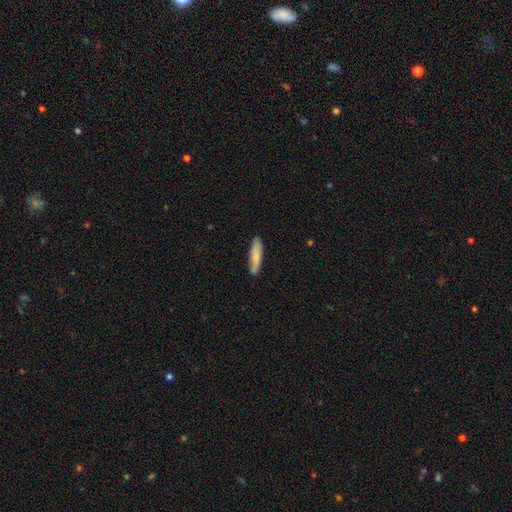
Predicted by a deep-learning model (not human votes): The model was most divided on "how rounded": cigar-shaped: 80%, in between: 19%, round: 1%. More confident: merging — none (84%); smooth or featured — smooth (81%).